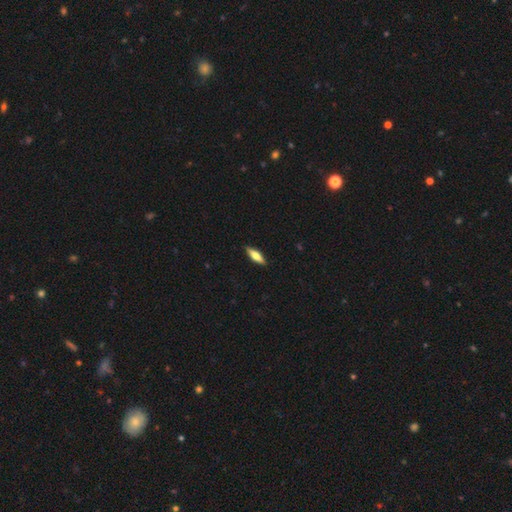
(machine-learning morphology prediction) Smooth or featured? smooth (60%)
How rounded? cigar-shaped (54%)
Merging? none (89%)